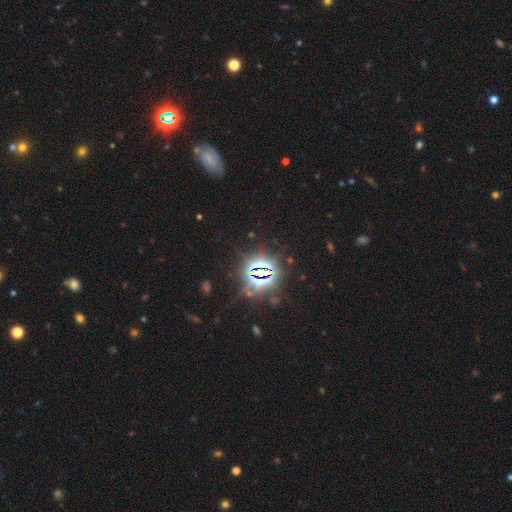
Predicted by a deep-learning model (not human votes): This appears to be a star or artifact, not a galaxy (82%).